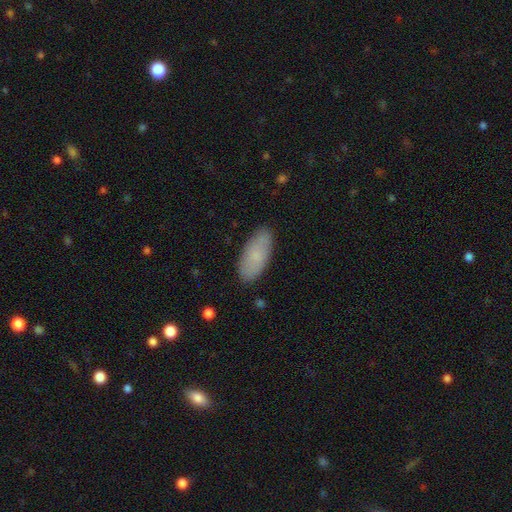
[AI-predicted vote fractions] Overall: smooth (79%). How rounded: in between (85%). Merging: none (87%).